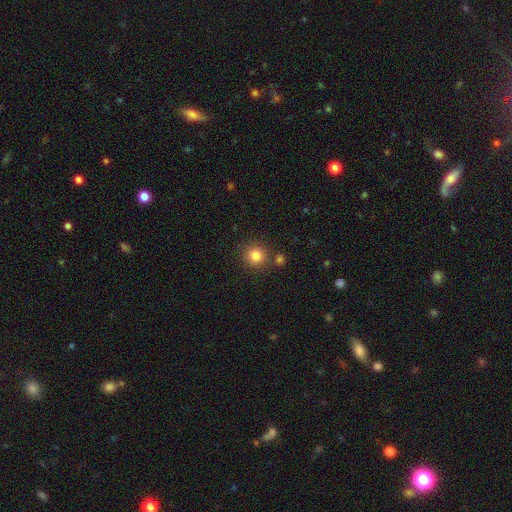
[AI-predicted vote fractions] A smooth galaxy with no disk features (82%) that is round (92%). Merging: none (81%).